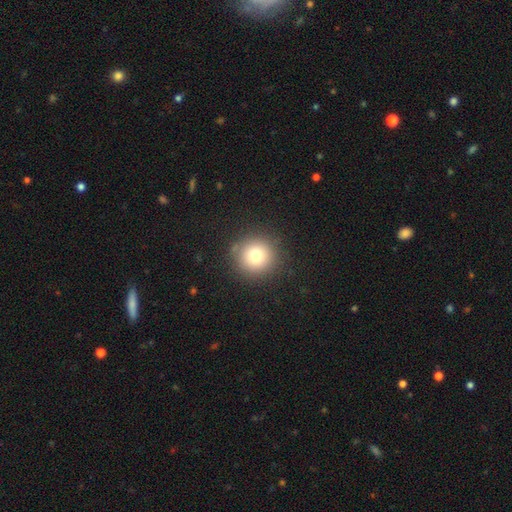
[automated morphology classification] smooth_or_featured: smooth (p=0.76) [alt: star or artifact p=0.13]
how_rounded: round (p=0.94) [alt: in between p=0.05]
merging: none (p=0.87) [alt: minor disturbance p=0.08]